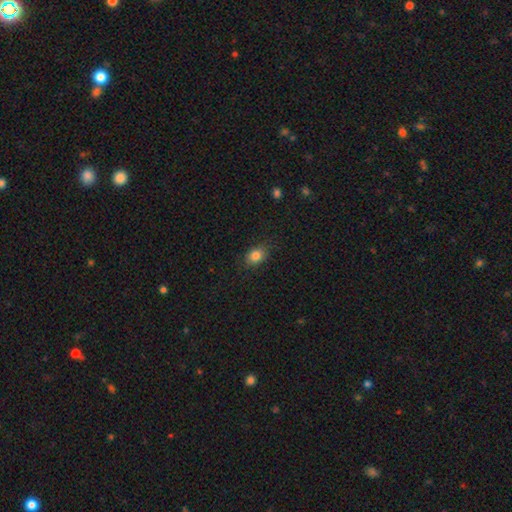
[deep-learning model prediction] This is clearly a smooth galaxy (83%). How rounded: likely in between (66%). Merging: clearly none (84%).